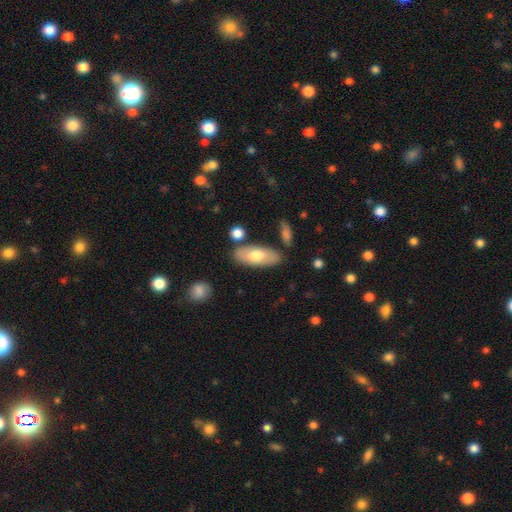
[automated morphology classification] Smooth or featured?
  - smooth: 67% *
  - featured or disk: 28%
  - star or artifact: 6%
How rounded?
  - in between: 81% *
  - cigar-shaped: 16%
  - round: 2%
Merging?
  - none: 78% *
  - minor disturbance: 12%
  - merger: 6%
  - major disturbance: 3%